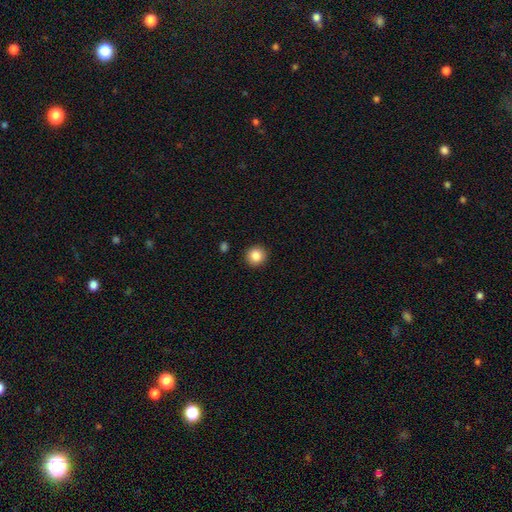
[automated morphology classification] Q: Smooth or featured?
A: smooth (85%); runner-up: star or artifact (10%)
Q: How rounded?
A: round (93%); runner-up: in between (6%)
Q: Merging?
A: none (92%); runner-up: minor disturbance (5%)